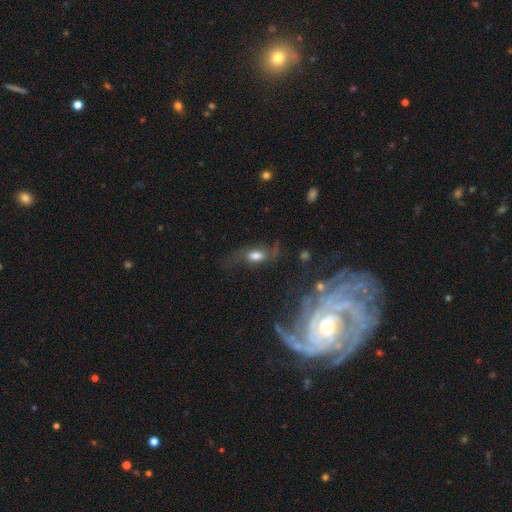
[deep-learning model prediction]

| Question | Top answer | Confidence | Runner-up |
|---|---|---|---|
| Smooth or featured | smooth | 49% | featured or disk (40%) |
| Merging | none | 44% | major disturbance (29%) |